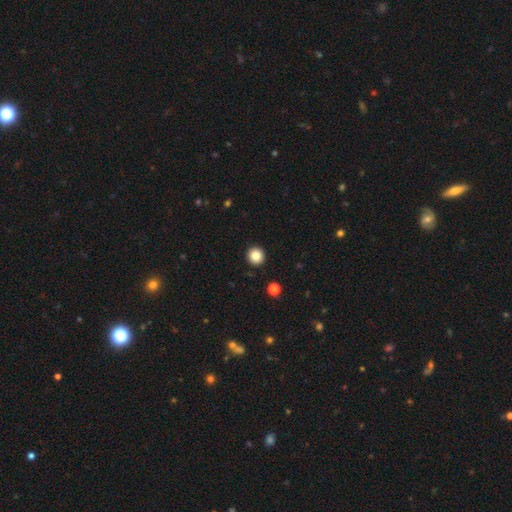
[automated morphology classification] smooth_or_featured: smooth (p=0.83) [alt: star or artifact p=0.11]
how_rounded: round (p=0.95) [alt: in between p=0.04]
merging: none (p=0.94) [alt: minor disturbance p=0.04]